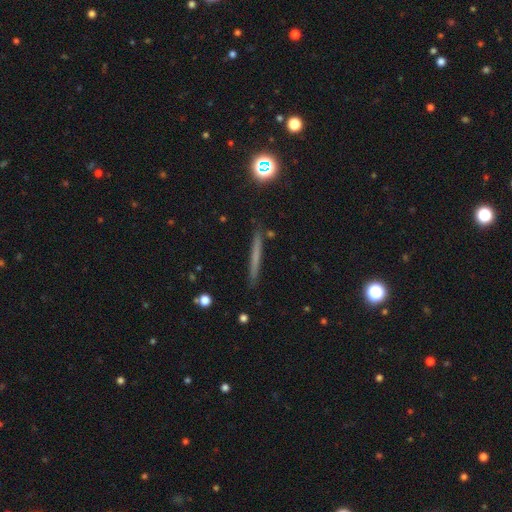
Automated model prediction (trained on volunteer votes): The model was most divided on "smooth or featured": smooth: 52%, featured or disk: 37%, star or artifact: 11%. More confident: how rounded — cigar-shaped (95%); merging — none (88%).